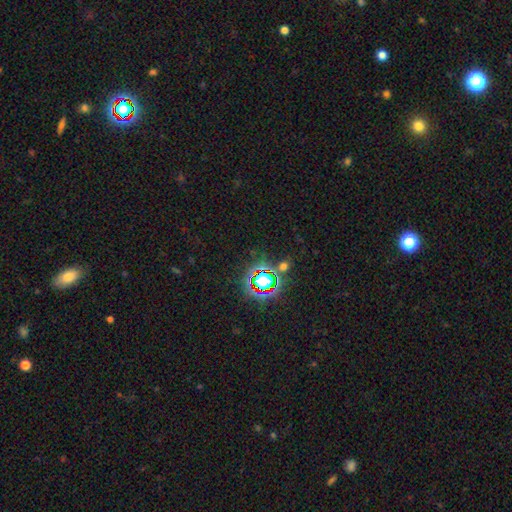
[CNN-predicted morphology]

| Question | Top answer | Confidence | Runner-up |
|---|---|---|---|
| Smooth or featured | star or artifact | 77% | smooth (15%) |